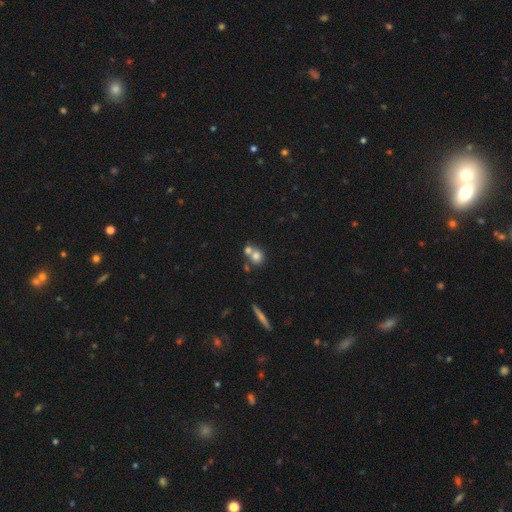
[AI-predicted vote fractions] smooth 73%, featured or disk 16%, star or artifact 11%. Down the decision tree: how rounded — round (80%); merging — merger (47%).